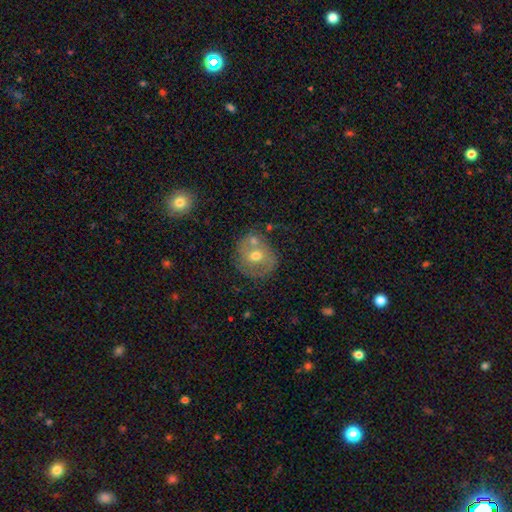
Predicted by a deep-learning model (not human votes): Smooth or featured? smooth (47%)
Merging? none (55%)